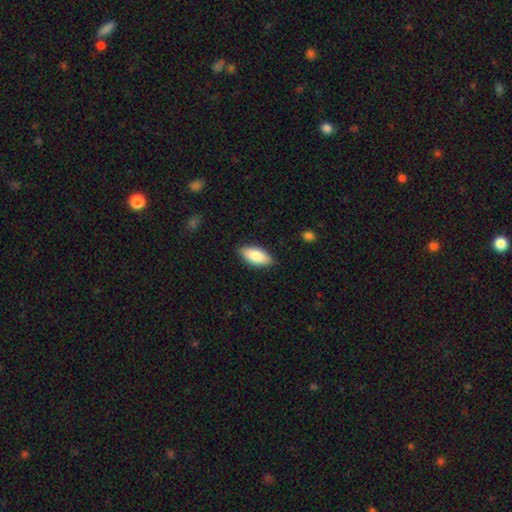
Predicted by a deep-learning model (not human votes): A smooth galaxy with no disk features (83%) that is in between round and cigar-shaped (88%).

Vote fractions:
- Smooth or featured? smooth: 83% / featured or disk: 11% / star or artifact: 6%
- How rounded? in between: 88% / cigar-shaped: 10% / round: 2%
- Merging? none: 84% / minor disturbance: 12% / major disturbance: 2% / merger: 1%